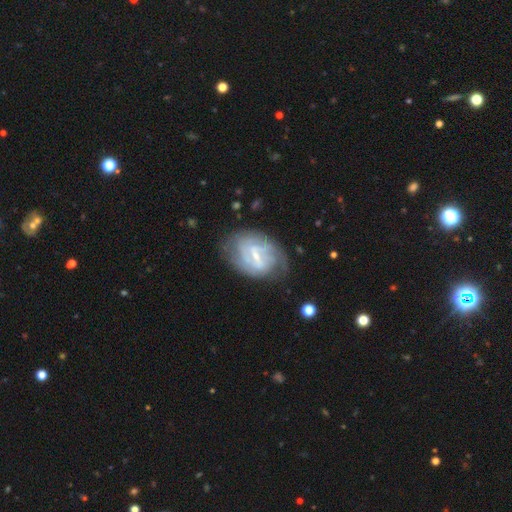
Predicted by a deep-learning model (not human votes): The model was most divided on "spiral arm count": can't tell: 39%, 2: 37%, 3: 10%, 1: 5%, 4: 5%, more than 4: 3%. More confident: edge-on disk — no (96%); spiral arms — yes (85%); smooth or featured — featured or disk (79%); merging — none (64%); bulge size — small (60%); spiral winding — tight (51%); bar — weak (51%).